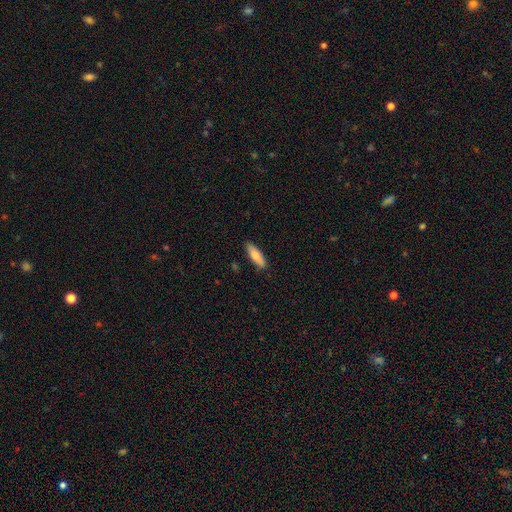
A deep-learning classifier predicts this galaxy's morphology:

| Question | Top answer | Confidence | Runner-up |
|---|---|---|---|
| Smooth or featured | smooth | 79% | featured or disk (15%) |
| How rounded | cigar-shaped | 53% | in between (45%) |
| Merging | none | 87% | minor disturbance (10%) |